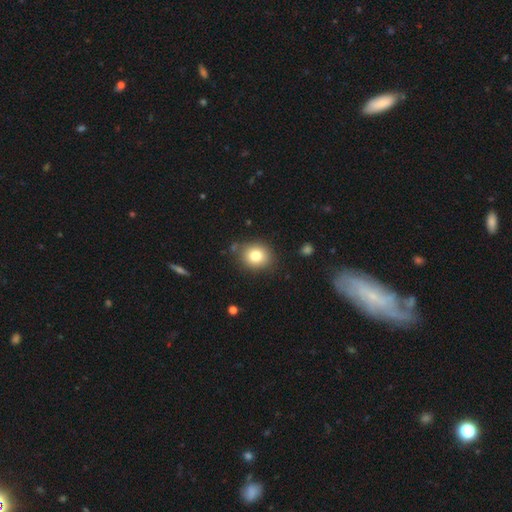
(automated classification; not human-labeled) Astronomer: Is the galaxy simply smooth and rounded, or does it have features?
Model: smooth — 79%.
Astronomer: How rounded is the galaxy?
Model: round — 74%.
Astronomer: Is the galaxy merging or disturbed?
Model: none — 83%.